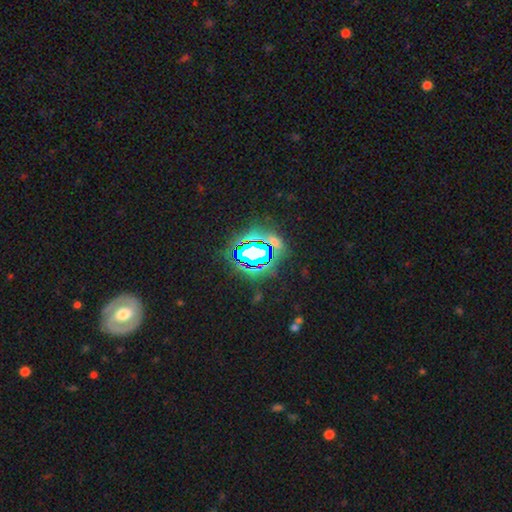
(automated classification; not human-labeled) Smooth or featured: star or artifact — 72% (smooth — 14%)